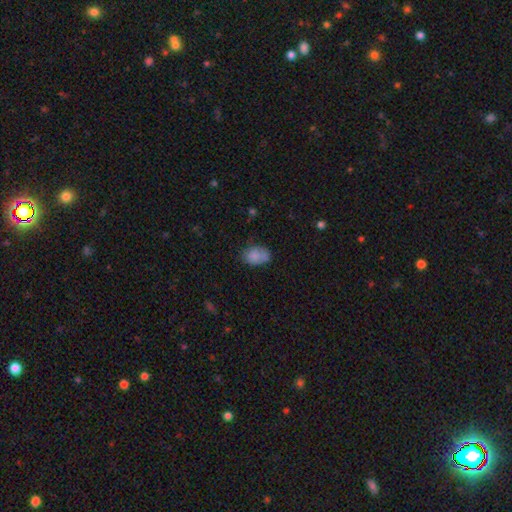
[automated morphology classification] A smooth galaxy with no disk features (80%) that is in between round and cigar-shaped (75%).

Vote fractions:
- Smooth or featured? smooth: 80% / featured or disk: 11% / star or artifact: 9%
- How rounded? in between: 75% / round: 24% / cigar-shaped: 1%
- Merging? none: 52% / minor disturbance: 24% / merger: 17% / major disturbance: 7%